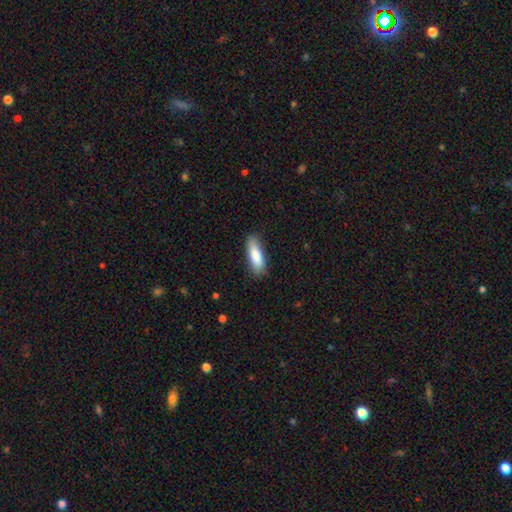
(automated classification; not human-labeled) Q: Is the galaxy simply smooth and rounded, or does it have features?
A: smooth — 83%.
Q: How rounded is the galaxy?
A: in between — 52%.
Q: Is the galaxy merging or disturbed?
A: none — 82%.